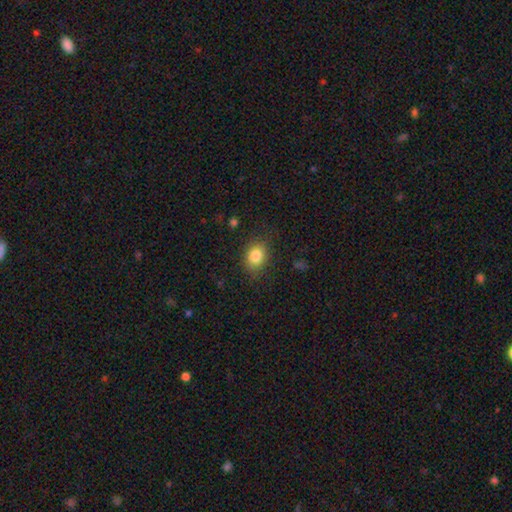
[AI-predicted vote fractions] Q: Smooth or featured?
A: smooth (83%); runner-up: star or artifact (10%)
Q: How rounded?
A: in between (60%); runner-up: round (39%)
Q: Merging?
A: none (80%); runner-up: minor disturbance (14%)